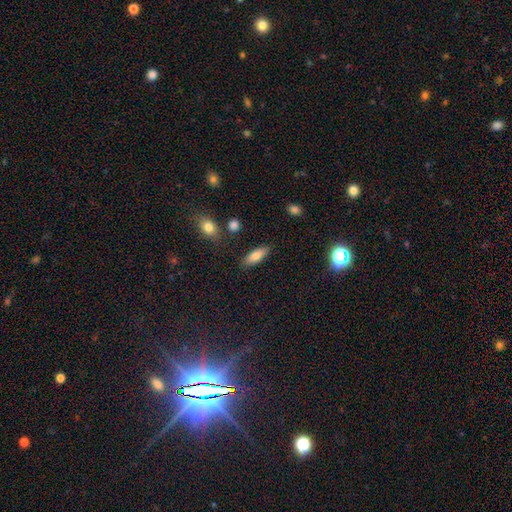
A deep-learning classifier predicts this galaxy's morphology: Overall: smooth (80%). How rounded: in between (69%). Merging: none (84%).